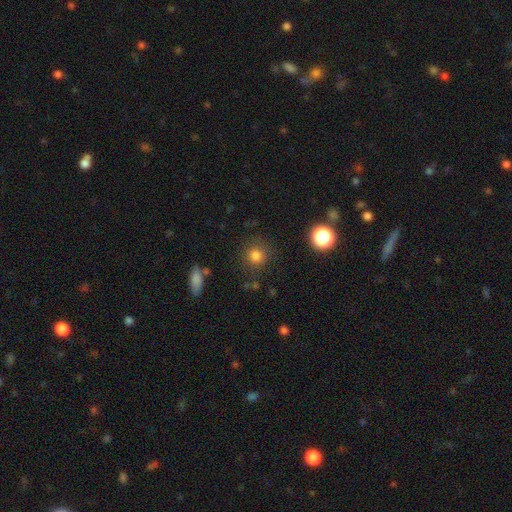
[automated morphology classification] This appears to be a smooth galaxy with no disk features (80%) that is round (91%). Merging: none (84%).